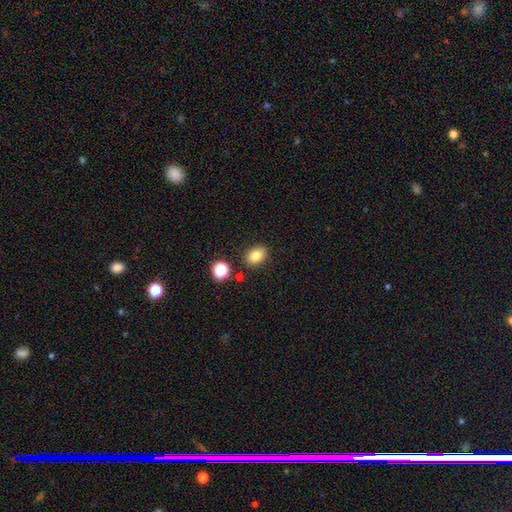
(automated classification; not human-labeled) Smooth or featured?
  - smooth: 80% *
  - star or artifact: 12%
  - featured or disk: 8%
How rounded?
  - in between: 67% *
  - round: 32%
  - cigar-shaped: 1%
Merging?
  - none: 85% *
  - minor disturbance: 9%
  - merger: 4%
  - major disturbance: 2%